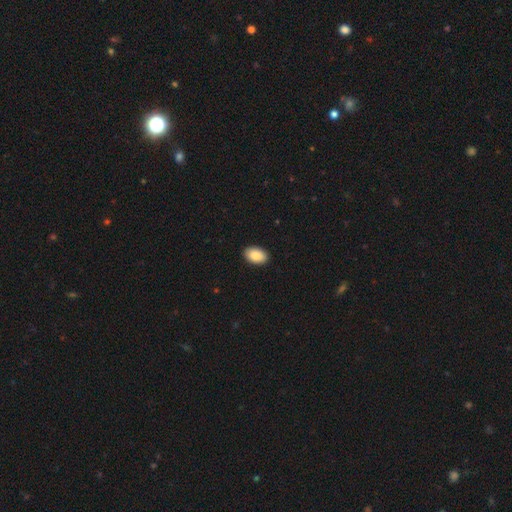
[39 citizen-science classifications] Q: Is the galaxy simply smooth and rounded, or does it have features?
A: smooth — 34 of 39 (87%).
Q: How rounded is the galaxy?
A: in between — 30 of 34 (88%).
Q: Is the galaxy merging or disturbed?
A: none — 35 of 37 (95%).